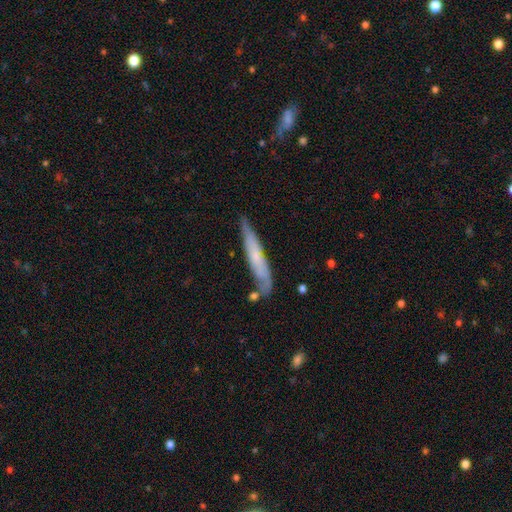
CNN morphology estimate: Q: Smooth or featured?
A: smooth (47%); runner-up: featured or disk (46%)
Q: Merging?
A: none (67%); runner-up: minor disturbance (22%)